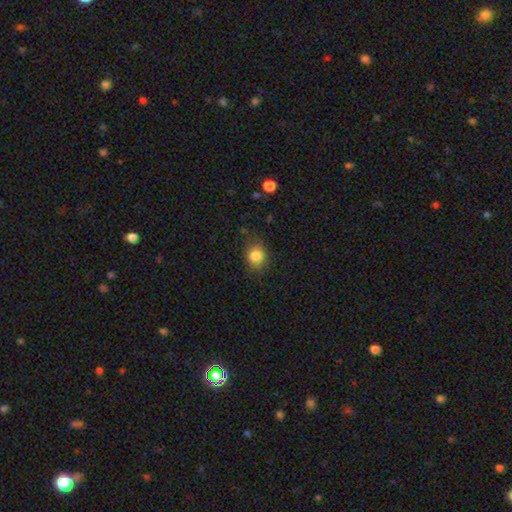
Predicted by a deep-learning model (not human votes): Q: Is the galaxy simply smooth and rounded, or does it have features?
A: smooth — 84%.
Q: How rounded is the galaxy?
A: round — 60%.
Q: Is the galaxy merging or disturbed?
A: none — 76%.